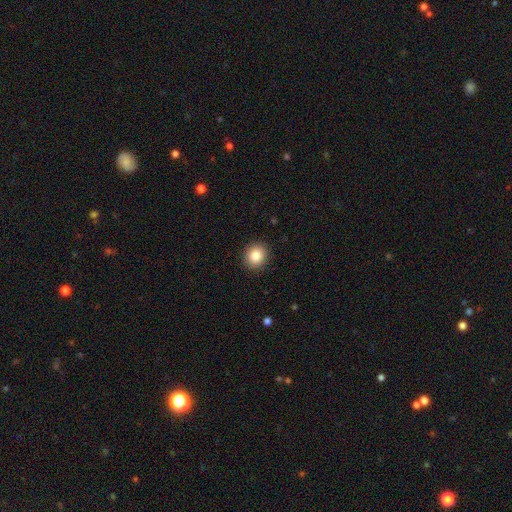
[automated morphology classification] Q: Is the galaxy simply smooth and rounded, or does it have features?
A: smooth — 83%.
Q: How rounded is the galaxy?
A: round — 86%.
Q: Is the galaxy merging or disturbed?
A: none — 92%.